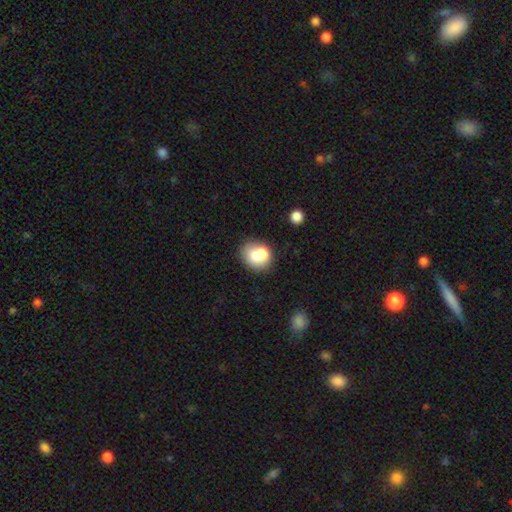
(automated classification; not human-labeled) Smooth or featured: smooth — 71% (featured or disk — 20%)
How rounded: round — 61% (in between — 38%)
Merging: none — 41% (merger — 36%)